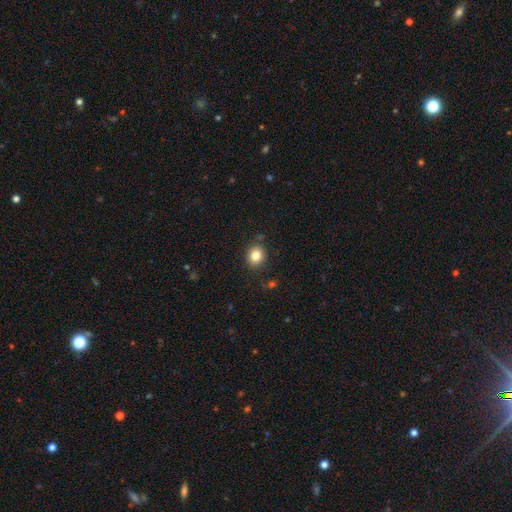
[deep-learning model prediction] smooth_or_featured: smooth (p=0.83) [alt: star or artifact p=0.11]
how_rounded: round (p=0.70) [alt: in between p=0.29]
merging: none (p=0.86) [alt: minor disturbance p=0.09]